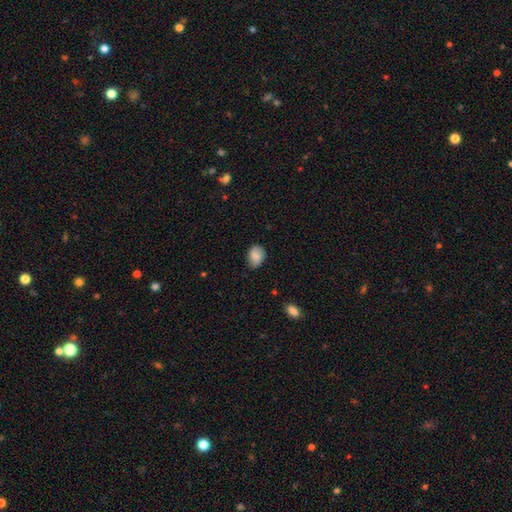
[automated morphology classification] Smooth or featured?
  - smooth: 85% *
  - featured or disk: 8%
  - star or artifact: 7%
How rounded?
  - in between: 72% *
  - round: 27%
  - cigar-shaped: 1%
Merging?
  - none: 75% *
  - minor disturbance: 21%
  - major disturbance: 3%
  - merger: 1%